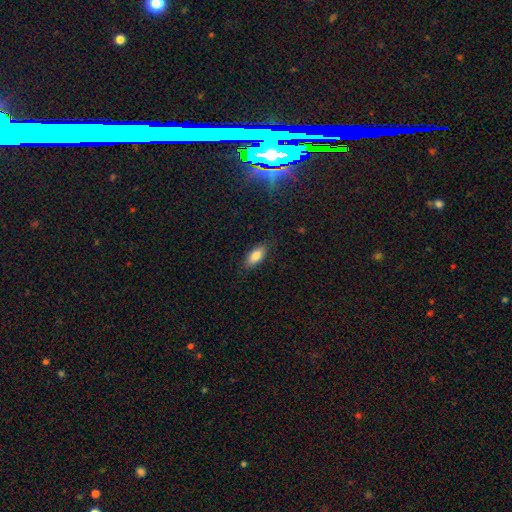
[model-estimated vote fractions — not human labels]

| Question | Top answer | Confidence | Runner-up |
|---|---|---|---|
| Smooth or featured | smooth | 82% | featured or disk (10%) |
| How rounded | in between | 84% | cigar-shaped (13%) |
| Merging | none | 84% | minor disturbance (12%) |